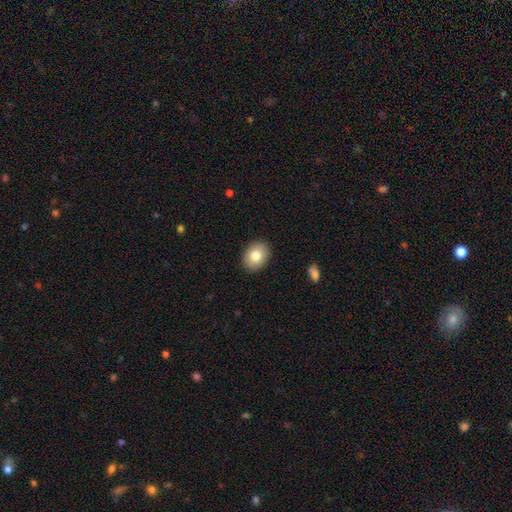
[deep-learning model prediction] This is likely a smooth galaxy (80%). How rounded: likely in between (63%). Merging: clearly none (90%).